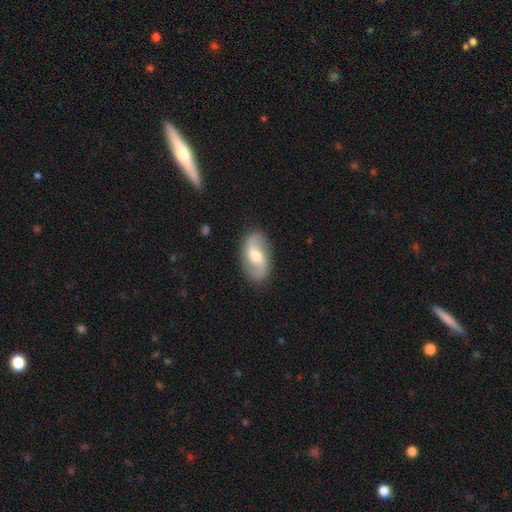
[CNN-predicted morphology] Smooth or featured? featured or disk (72%)
Edge-on disk? no (95%)
Bar? weak (46%)
Spiral arms? yes (89%)
Spiral winding? loose (68%)
Spiral arm count? 2 (92%)
Bulge size? moderate (67%)
Merging? none (86%)